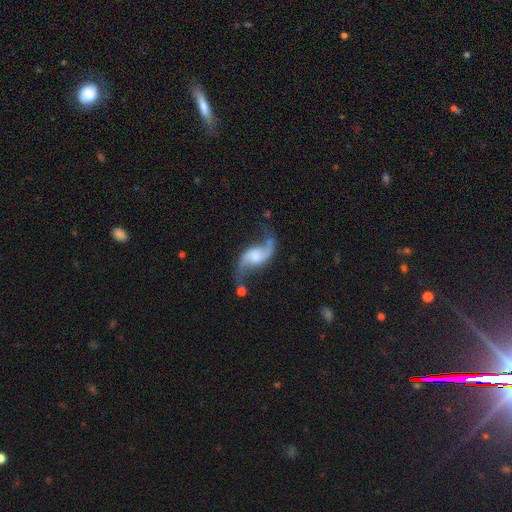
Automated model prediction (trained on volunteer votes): smooth-or-featured: featured or disk: 86% | smooth: 9% | star or artifact: 6%
  disk-edge-on: no: 96% | yes: 4%
    bar: no: 49% | weak: 38% | strong: 13%
    has-spiral-arms: yes: 96% | no: 4%
      spiral-winding: loose: 88% | medium: 10% | tight: 2%
      spiral-arm-count: 2: 93% | 1: 2% | can't tell: 2% | 3: 1% | 4: 1% | more than 4: 1%
    bulge-size: none: 30% | moderate: 24% | small: 23% | large: 19% | dominant: 5%
  merging: none: 57% | minor disturbance: 18% | merger: 13% | major disturbance: 12%